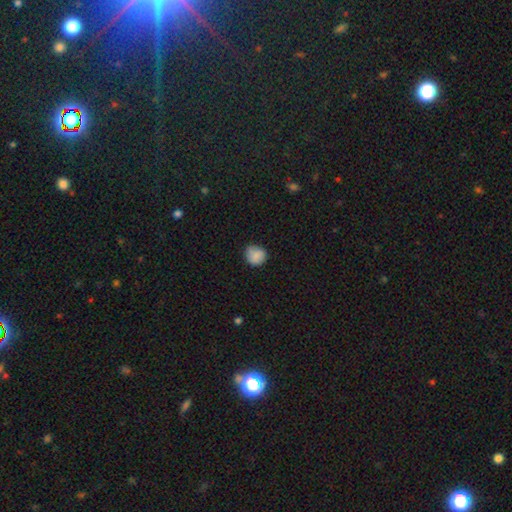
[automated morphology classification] Q: Smooth or featured?
A: smooth (85%); runner-up: star or artifact (8%)
Q: How rounded?
A: round (87%); runner-up: in between (12%)
Q: Merging?
A: none (77%); runner-up: minor disturbance (19%)